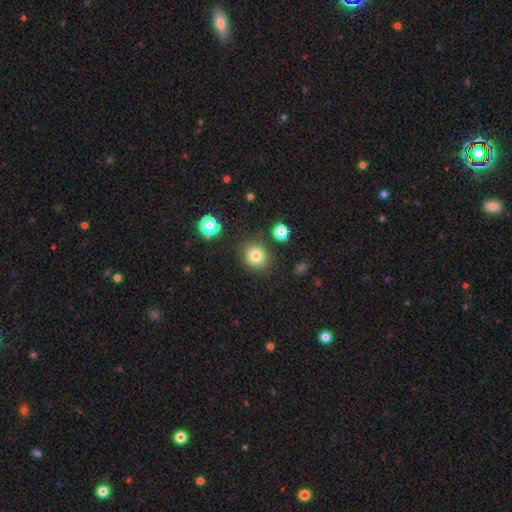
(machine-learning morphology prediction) Smooth or featured?
  - smooth: 80% *
  - star or artifact: 13%
  - featured or disk: 8%
How rounded?
  - round: 82% *
  - in between: 18%
  - cigar-shaped: 1%
Merging?
  - none: 84% *
  - minor disturbance: 9%
  - merger: 4%
  - major disturbance: 3%